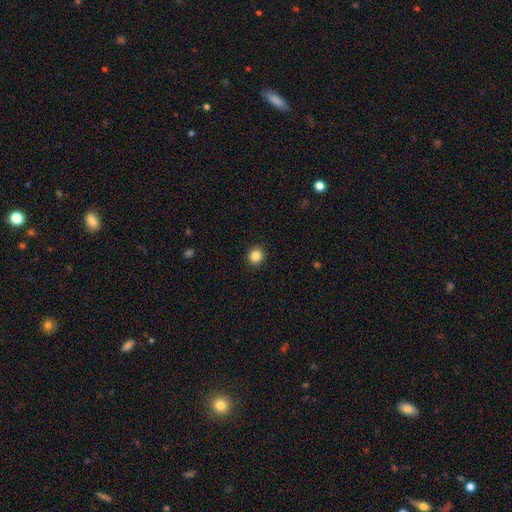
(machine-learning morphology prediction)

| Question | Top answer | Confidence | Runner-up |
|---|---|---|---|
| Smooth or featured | smooth | 85% | star or artifact (11%) |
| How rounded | round | 87% | in between (12%) |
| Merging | none | 93% | minor disturbance (5%) |